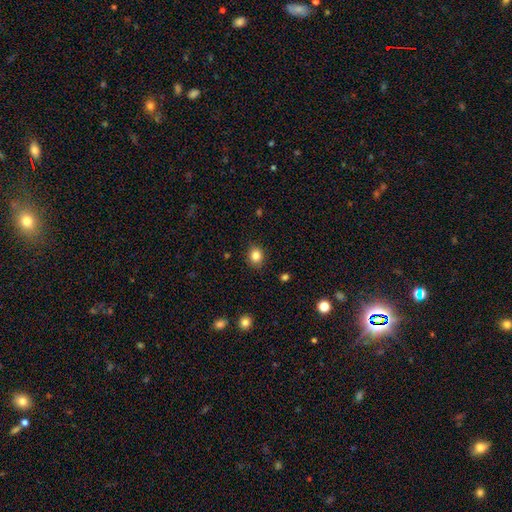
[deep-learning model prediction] Smooth or featured?
  - smooth: 84% *
  - star or artifact: 11%
  - featured or disk: 5%
How rounded?
  - round: 74% *
  - in between: 25%
  - cigar-shaped: 1%
Merging?
  - none: 88% *
  - minor disturbance: 9%
  - major disturbance: 2%
  - merger: 1%